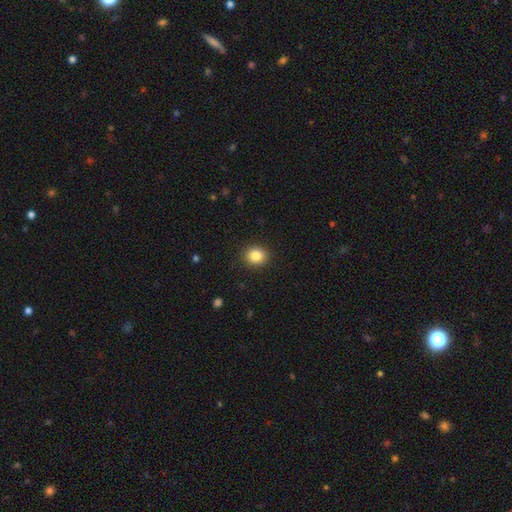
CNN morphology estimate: A smooth galaxy with no disk features (85%) that is round (73%).

Vote fractions:
- Smooth or featured? smooth: 85% / star or artifact: 10% / featured or disk: 5%
- How rounded? round: 73% / in between: 26% / cigar-shaped: 1%
- Merging? none: 90% / minor disturbance: 7% / major disturbance: 2% / merger: 1%